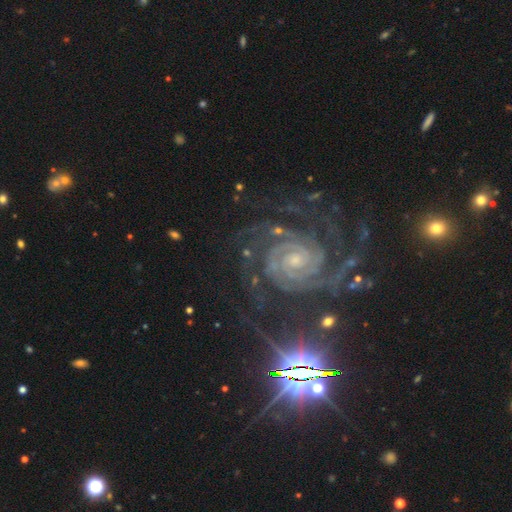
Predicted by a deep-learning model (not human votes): A featured or disk galaxy (84%) with no bar (61%), 2 (29%) tight (70%) spiral arms (98%) and a small central bulge (69%).

Vote fractions:
- Smooth or featured? featured or disk: 84% / star or artifact: 13% / smooth: 4%
- Edge-on disk? no: 97% / yes: 3%
- Bar? no: 61% / weak: 27% / strong: 13%
- Spiral arms? yes: 98% / no: 2%
- Spiral winding? tight: 70% / medium: 26% / loose: 4%
- Spiral arm count? 2: 29% / 3: 20% / can't tell: 19% / 4: 13% / more than 4: 10% / 1: 8%
- Bulge size? small: 69% / moderate: 25% / none: 3% / large: 2% / dominant: 1%
- Merging? none: 72% / minor disturbance: 15% / major disturbance: 11% / merger: 2%